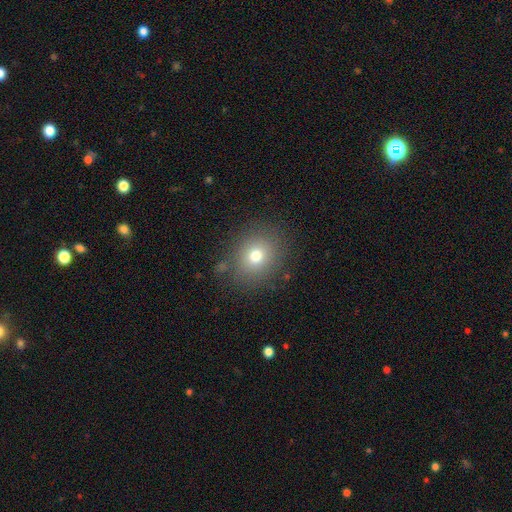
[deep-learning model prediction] Smooth or featured: smooth — 74% (star or artifact — 14%)
How rounded: round — 67% (in between — 32%)
Merging: none — 82% (minor disturbance — 11%)